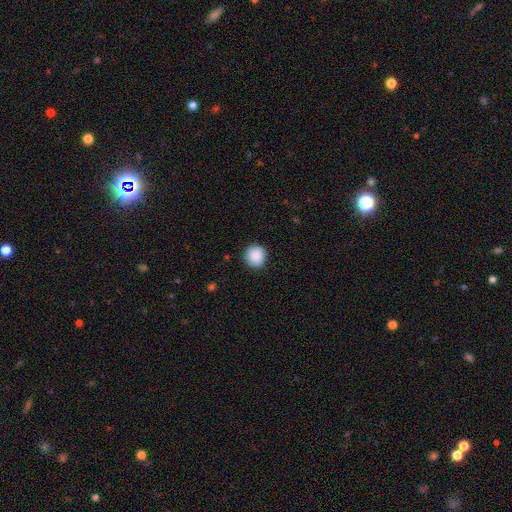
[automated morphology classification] Q: Smooth or featured?
A: smooth (88%); runner-up: star or artifact (8%)
Q: How rounded?
A: round (92%); runner-up: in between (7%)
Q: Merging?
A: none (89%); runner-up: minor disturbance (8%)